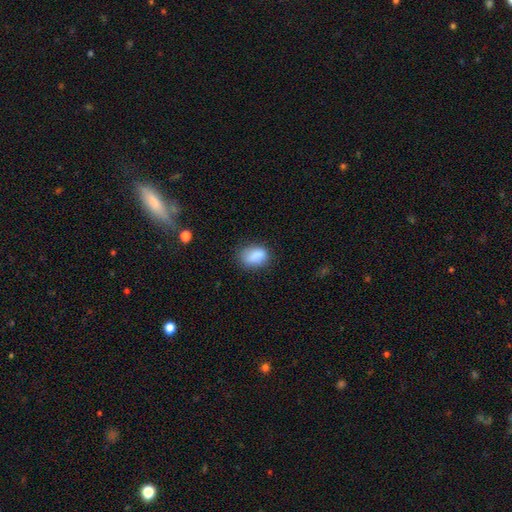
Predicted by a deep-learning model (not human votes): Smooth or featured? smooth (85%)
How rounded? in between (79%)
Merging? none (71%)